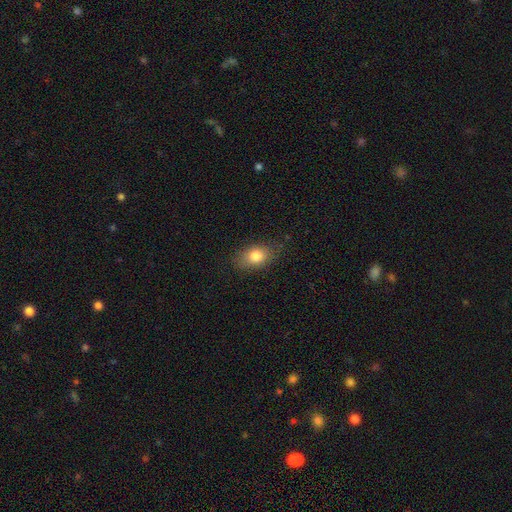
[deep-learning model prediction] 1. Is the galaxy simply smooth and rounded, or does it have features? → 80% smooth, 11% featured or disk, 9% star or artifact.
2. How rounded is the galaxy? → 79% in between, 19% round, 2% cigar-shaped.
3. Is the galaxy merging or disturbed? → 78% none, 17% minor disturbance, 4% major disturbance, 1% merger.